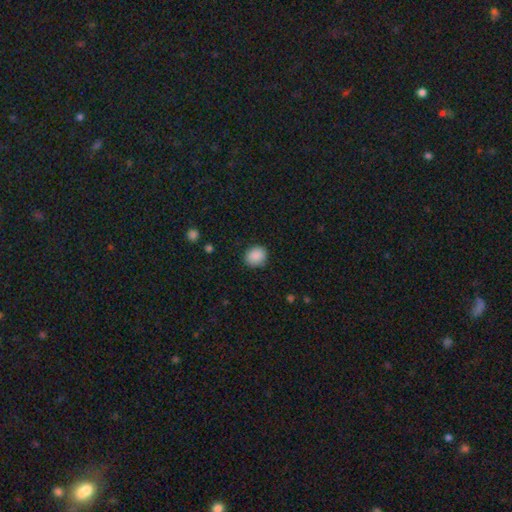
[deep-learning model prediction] smooth 89%, star or artifact 8%, featured or disk 3%. Down the decision tree: how rounded — round (72%); merging — none (84%).